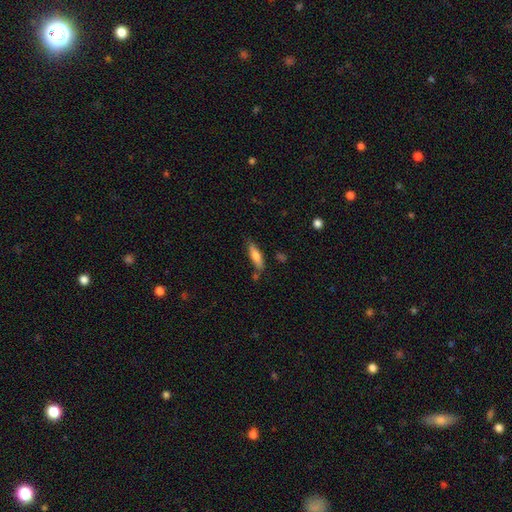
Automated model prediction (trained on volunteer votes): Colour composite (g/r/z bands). It shows a smooth galaxy with no disk features (69%) that is cigar-shaped (64%). Merging: none (71%).